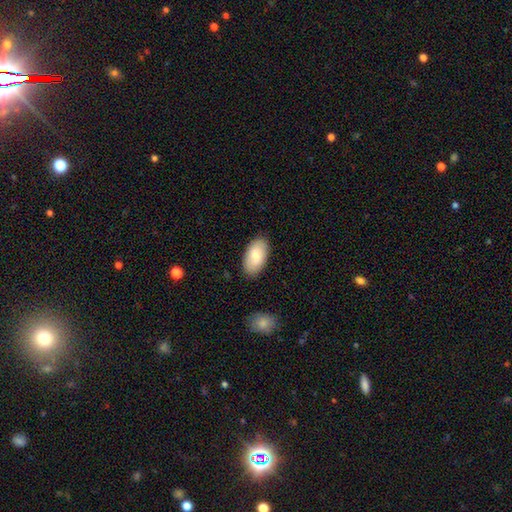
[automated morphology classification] Overall: smooth (80%). How rounded: in between (95%). Merging: none (86%).